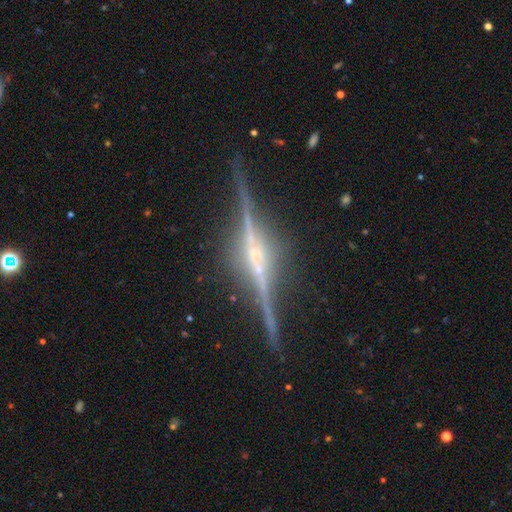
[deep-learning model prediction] A featured or disk galaxy (90%) viewed edge-on (98%) with a rounded central bulge (76%).

Vote fractions:
- Smooth or featured? featured or disk: 90% / star or artifact: 6% / smooth: 4%
- Edge-on disk? yes: 98% / no: 2%
- Edge-on bulge? rounded: 76% / boxy: 15% / none: 9%
- Merging? none: 88% / minor disturbance: 9% / major disturbance: 2% / merger: 2%